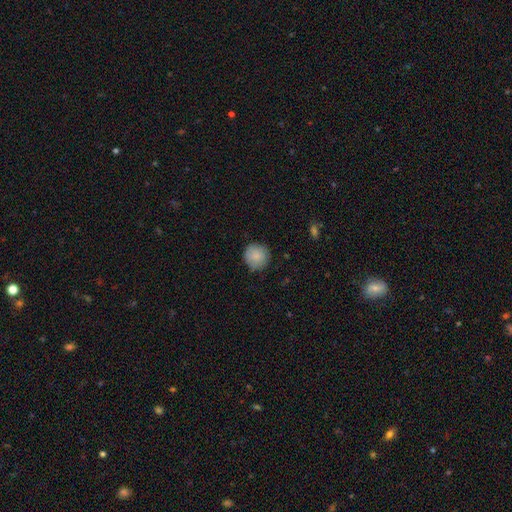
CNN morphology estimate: Smooth or featured? Predicted: smooth (p=0.85). How rounded? Predicted: round (p=0.94). Merging? Predicted: none (p=0.83).